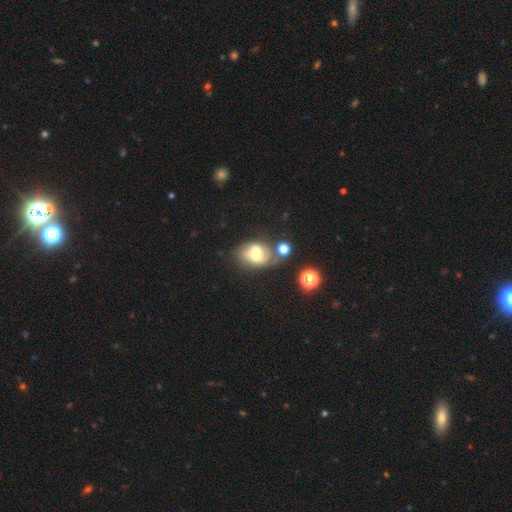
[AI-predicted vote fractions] This is marginally a featured or disk galaxy (44%). Merging: marginally merger (30%, tied with none).